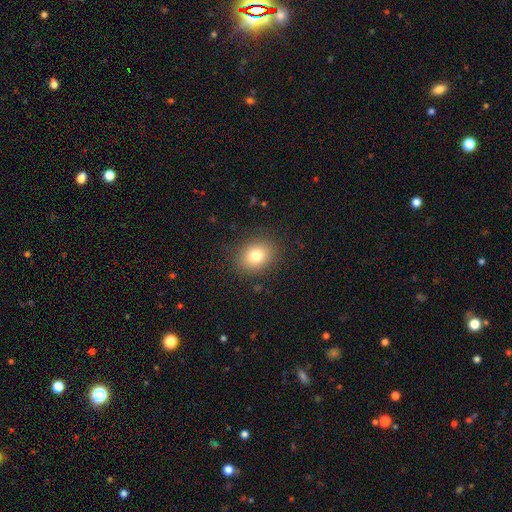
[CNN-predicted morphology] smooth 79%, star or artifact 11%, featured or disk 9%. Down the decision tree: how rounded — round (57%); merging — none (86%).